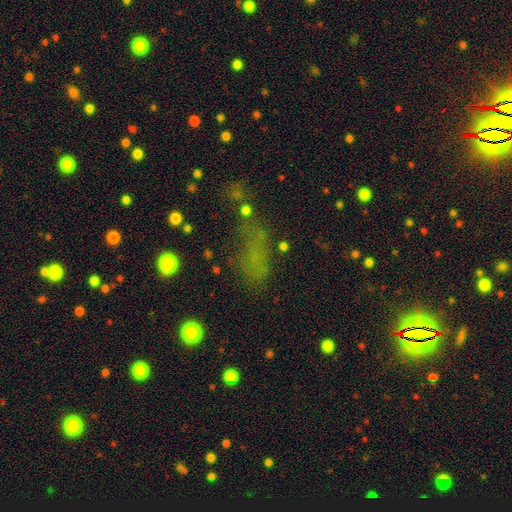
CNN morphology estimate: This is possibly a star or artifact rather than a galaxy (45%).